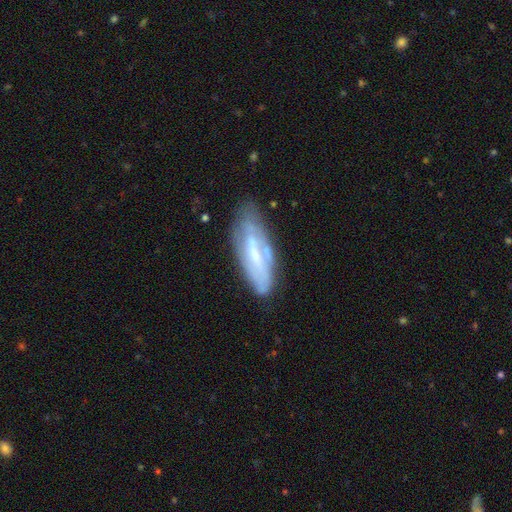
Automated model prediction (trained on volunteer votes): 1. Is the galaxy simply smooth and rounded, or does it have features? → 55% featured or disk, 37% smooth, 8% star or artifact.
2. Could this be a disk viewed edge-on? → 75% no, 25% yes.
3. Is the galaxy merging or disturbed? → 62% none, 25% minor disturbance, 9% major disturbance, 4% merger.